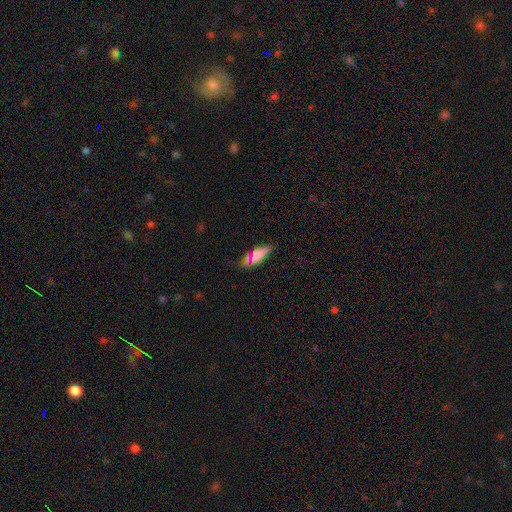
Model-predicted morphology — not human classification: This is likely a smooth galaxy (69%). How rounded: possibly in between (56%). Merging: likely none (65%).